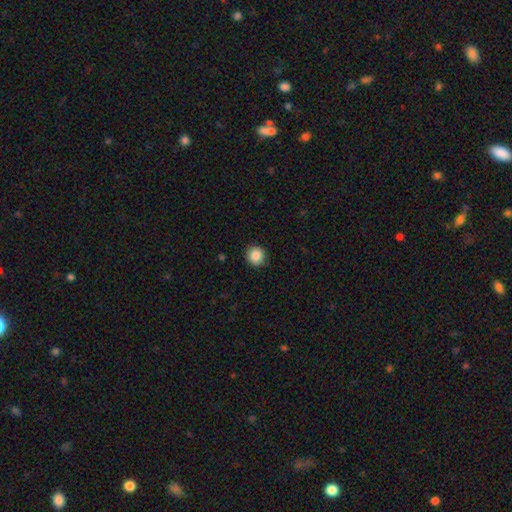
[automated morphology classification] This is clearly a smooth galaxy (87%). How rounded: clearly round (89%). Merging: clearly none (91%).